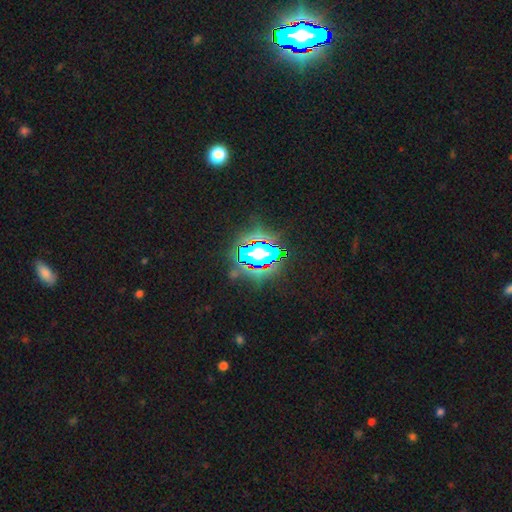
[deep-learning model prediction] The model was most divided on "smooth or featured": star or artifact: 66%, smooth: 19%, featured or disk: 15%.